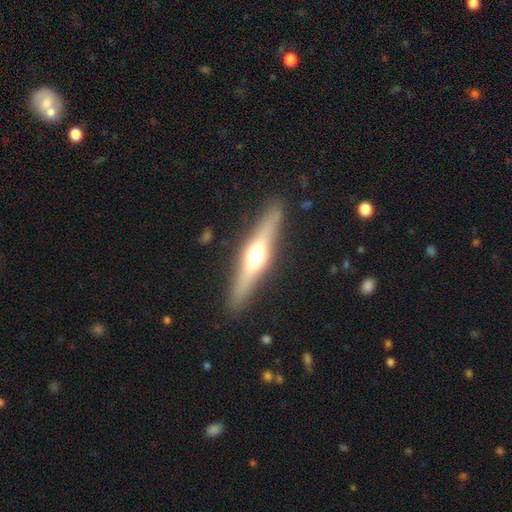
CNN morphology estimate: A featured or disk galaxy (65%) viewed edge-on (94%) with a rounded central bulge (92%).

Vote fractions:
- Smooth or featured? featured or disk: 65% / smooth: 30% / star or artifact: 6%
- Edge-on disk? yes: 94% / no: 6%
- Edge-on bulge? rounded: 92% / boxy: 4% / none: 3%
- Merging? none: 89% / minor disturbance: 8% / major disturbance: 2% / merger: 1%